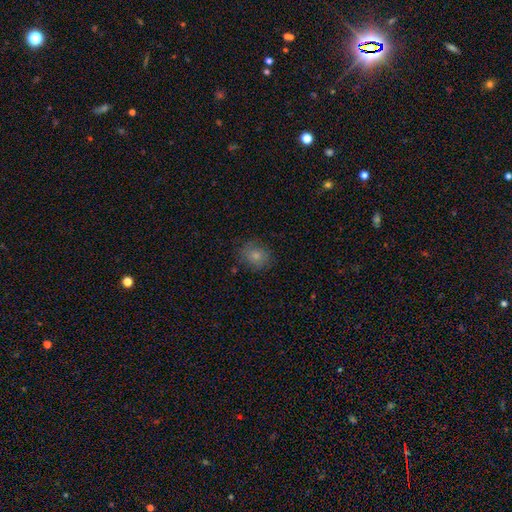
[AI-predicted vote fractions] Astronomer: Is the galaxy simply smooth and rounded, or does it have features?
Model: smooth — 80%.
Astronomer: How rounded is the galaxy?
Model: round — 67%.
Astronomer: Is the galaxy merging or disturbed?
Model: none — 80%.